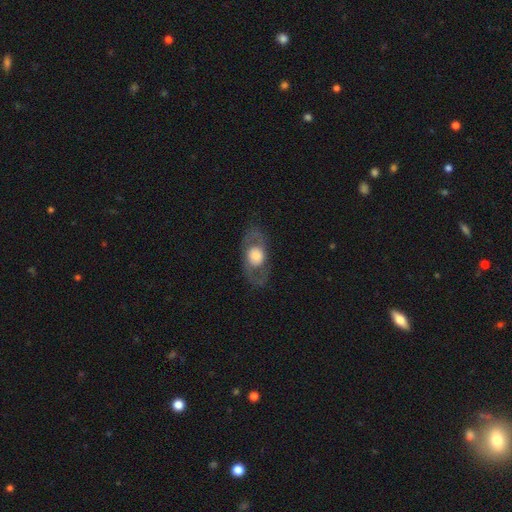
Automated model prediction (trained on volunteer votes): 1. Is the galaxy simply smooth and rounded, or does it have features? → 52% featured or disk, 42% smooth, 6% star or artifact.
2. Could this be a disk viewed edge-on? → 82% no, 18% yes.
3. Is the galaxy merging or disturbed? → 77% none, 12% minor disturbance, 9% major disturbance, 1% merger.